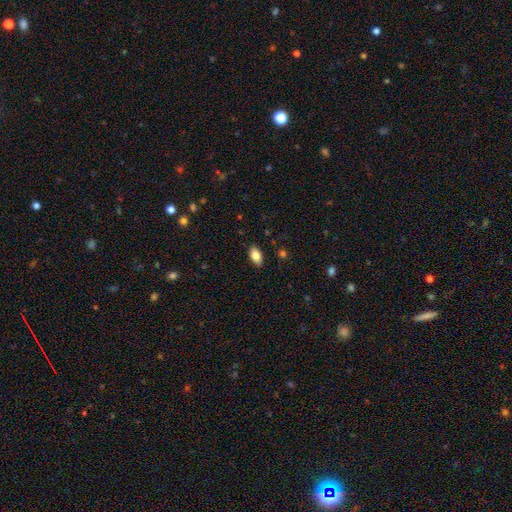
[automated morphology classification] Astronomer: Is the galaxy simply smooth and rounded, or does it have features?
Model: smooth — 82%.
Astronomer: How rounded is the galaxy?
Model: in between — 91%.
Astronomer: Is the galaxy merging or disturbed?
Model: none — 87%.